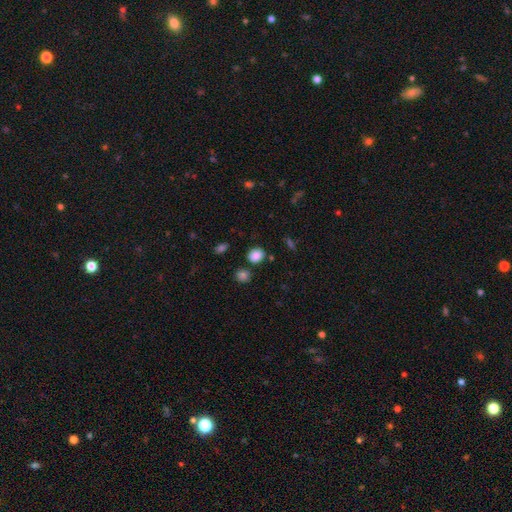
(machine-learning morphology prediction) smooth 86%, star or artifact 10%, featured or disk 4%. Down the decision tree: how rounded — round (68%); merging — none (80%).